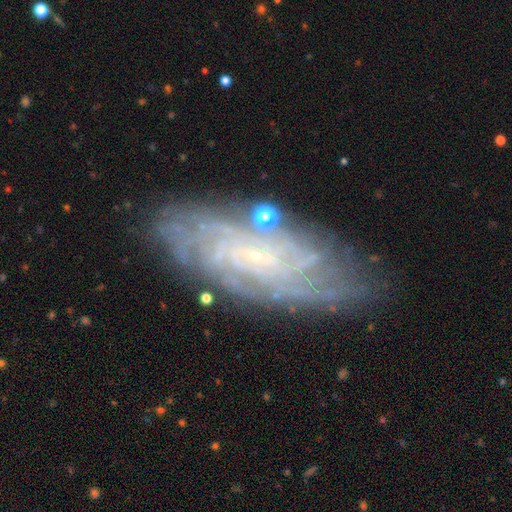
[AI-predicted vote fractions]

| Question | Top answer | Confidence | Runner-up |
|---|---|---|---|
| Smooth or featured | featured or disk | 83% | smooth (9%) |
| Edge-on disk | no | 91% | yes (9%) |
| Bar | no | 66% | weak (26%) |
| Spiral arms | yes | 96% | no (4%) |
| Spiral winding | tight | 76% | medium (19%) |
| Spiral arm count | can't tell | 37% | more than 4 (19%) |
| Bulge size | small | 85% | none (7%) |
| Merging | none | 79% | minor disturbance (15%) |